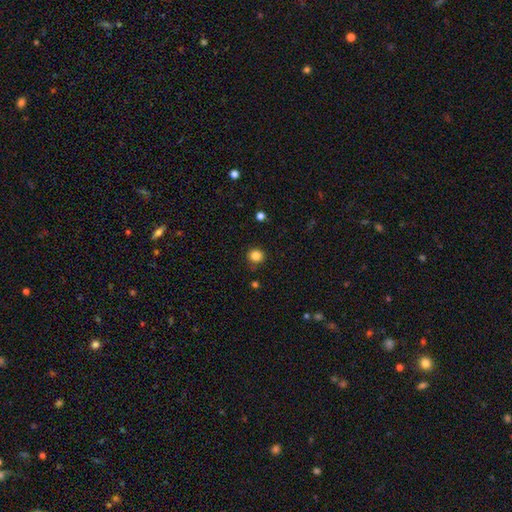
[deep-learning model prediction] This is clearly a smooth galaxy (84%). How rounded: clearly round (92%). Merging: clearly none (87%).